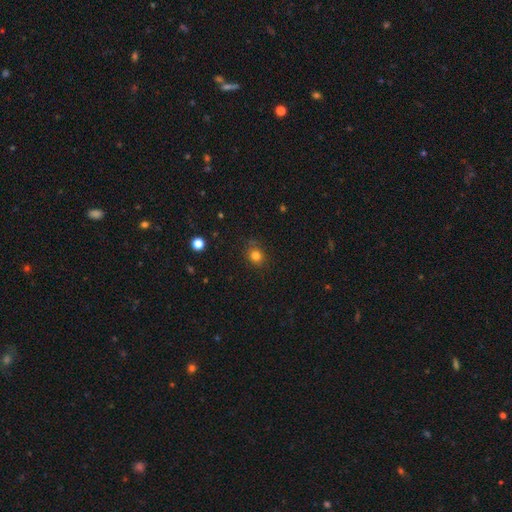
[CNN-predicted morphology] The model was most divided on "how rounded": round: 73%, in between: 26%, cigar-shaped: 1%. More confident: merging — none (81%); smooth or featured — smooth (80%).